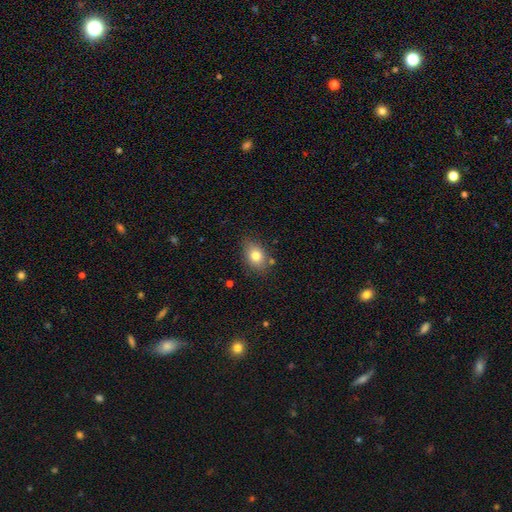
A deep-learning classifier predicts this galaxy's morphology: smooth_or_featured: smooth (p=0.80) [alt: featured or disk p=0.11]
how_rounded: in between (p=0.73) [alt: round p=0.26]
merging: none (p=0.77) [alt: minor disturbance p=0.15]